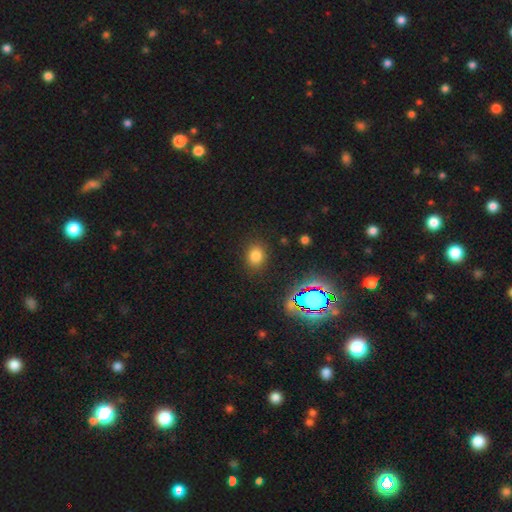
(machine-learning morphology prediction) A smooth galaxy with no disk features (76%) that is round (57%). Merging: none (87%).